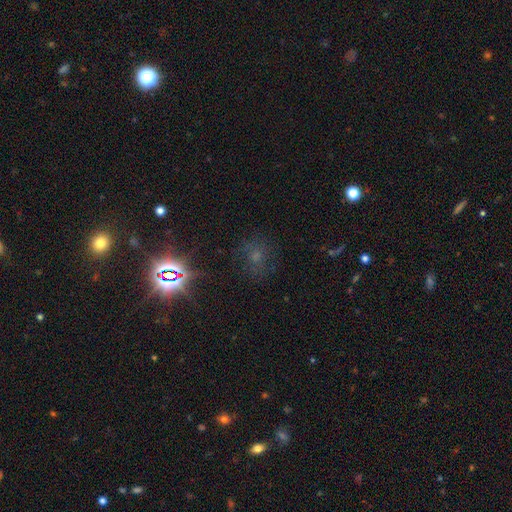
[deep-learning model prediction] Smooth or featured? star or artifact (51%)